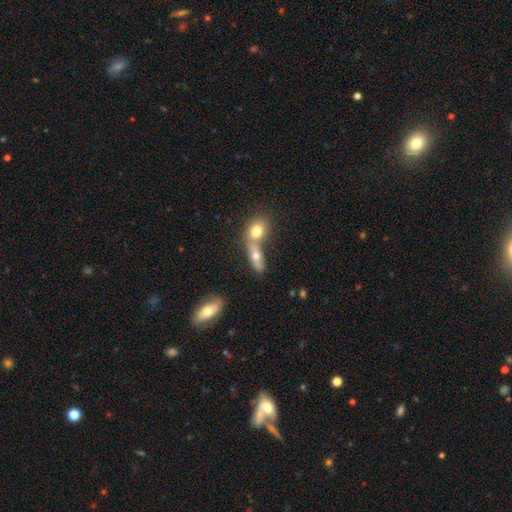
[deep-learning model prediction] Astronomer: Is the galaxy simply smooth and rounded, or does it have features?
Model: smooth — 66%.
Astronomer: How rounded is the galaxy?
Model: in between — 68%.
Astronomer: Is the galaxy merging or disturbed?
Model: merger — 56% (runner-up: none, 31%).